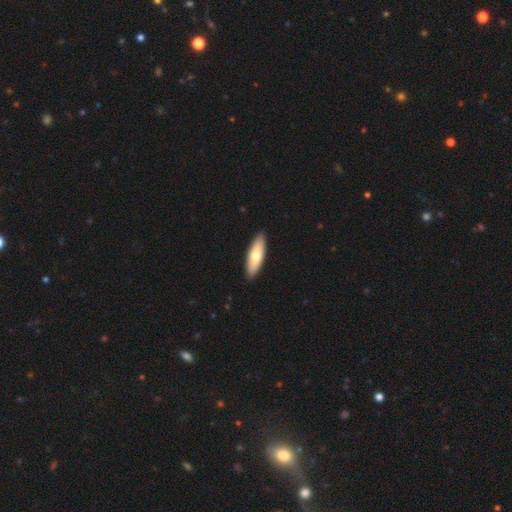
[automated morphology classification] type=smooth (68%); roundness=in between (56%); merging=none (91%).